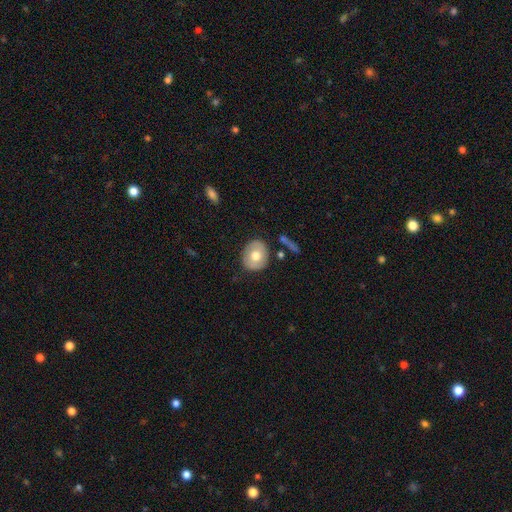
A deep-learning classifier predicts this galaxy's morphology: smooth_or_featured: smooth (p=0.66) [alt: featured or disk p=0.26]
how_rounded: round (p=0.72) [alt: in between p=0.27]
merging: none (p=0.84) [alt: minor disturbance p=0.11]